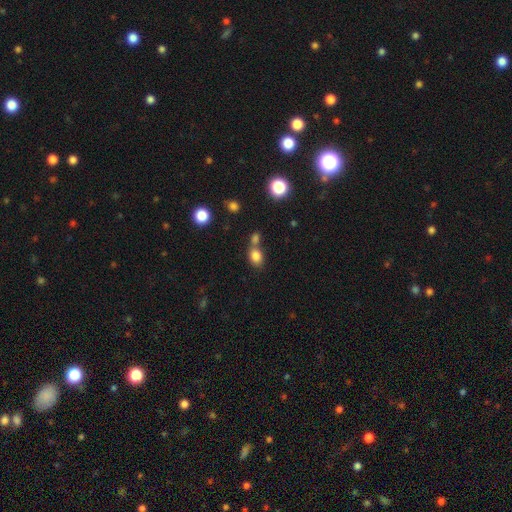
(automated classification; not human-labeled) A smooth galaxy with no disk features (82%) that is in between round and cigar-shaped (55%).

Vote fractions:
- Smooth or featured? smooth: 82% / star or artifact: 11% / featured or disk: 7%
- How rounded? in between: 55% / round: 44% / cigar-shaped: 1%
- Merging? none: 48% / merger: 38% / minor disturbance: 10% / major disturbance: 4%